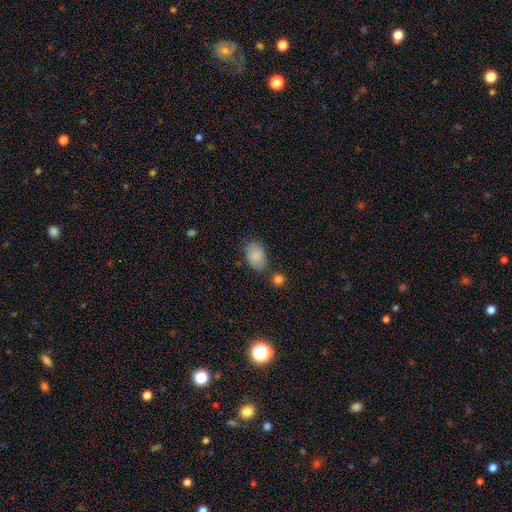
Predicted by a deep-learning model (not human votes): smooth_or_featured: smooth (p=0.86) [alt: star or artifact p=0.07]
how_rounded: in between (p=0.86) [alt: round p=0.13]
merging: none (p=0.68) [alt: minor disturbance p=0.19]